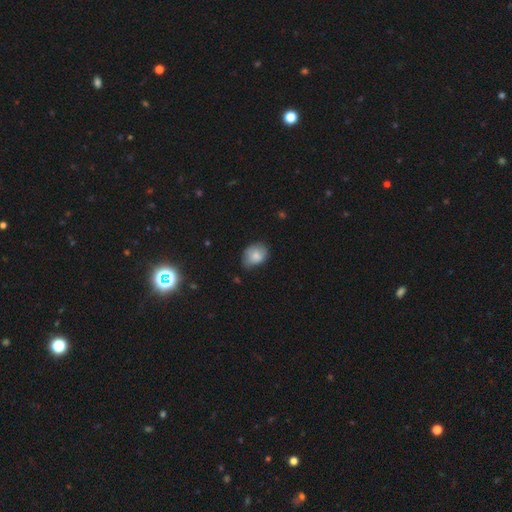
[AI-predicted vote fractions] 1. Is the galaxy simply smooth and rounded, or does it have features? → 79% smooth, 13% featured or disk, 8% star or artifact.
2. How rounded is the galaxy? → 64% in between, 35% round, 1% cigar-shaped.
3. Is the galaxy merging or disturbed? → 55% none, 36% minor disturbance, 7% major disturbance, 2% merger.